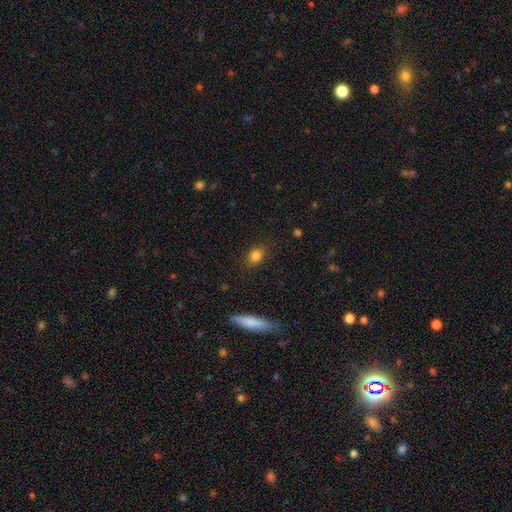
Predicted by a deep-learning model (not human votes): A smooth galaxy with no disk features (83%) that is in between round and cigar-shaped (50%).

Vote fractions:
- Smooth or featured? smooth: 83% / star or artifact: 11% / featured or disk: 7%
- How rounded? in between: 50% / round: 47% / cigar-shaped: 3%
- Merging? none: 85% / minor disturbance: 11% / major disturbance: 3% / merger: 1%